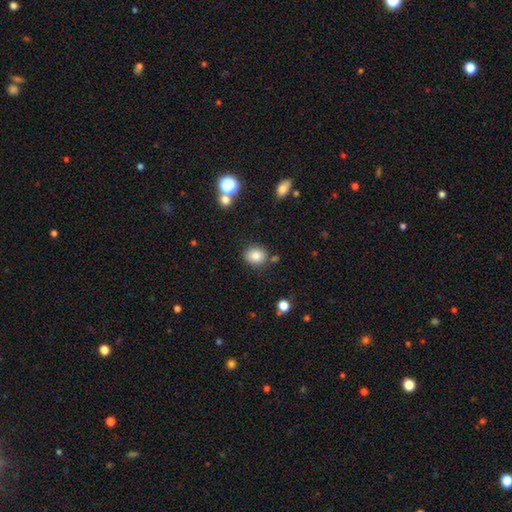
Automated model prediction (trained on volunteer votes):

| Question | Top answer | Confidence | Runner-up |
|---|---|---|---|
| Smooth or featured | smooth | 83% | star or artifact (11%) |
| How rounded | round | 66% | in between (33%) |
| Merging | none | 79% | minor disturbance (12%) |